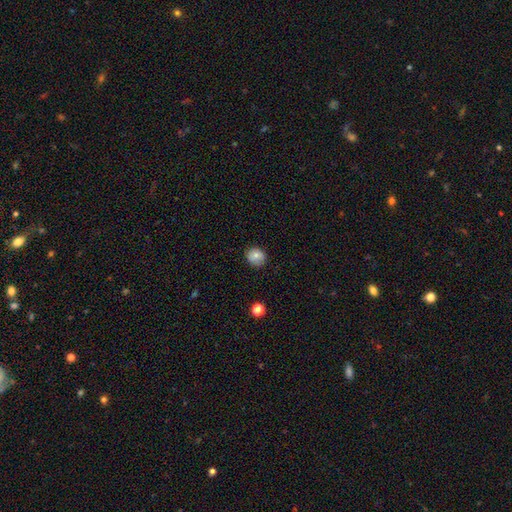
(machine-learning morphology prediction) This is likely a smooth galaxy (77%). How rounded: likely round (72%). Merging: clearly none (81%).